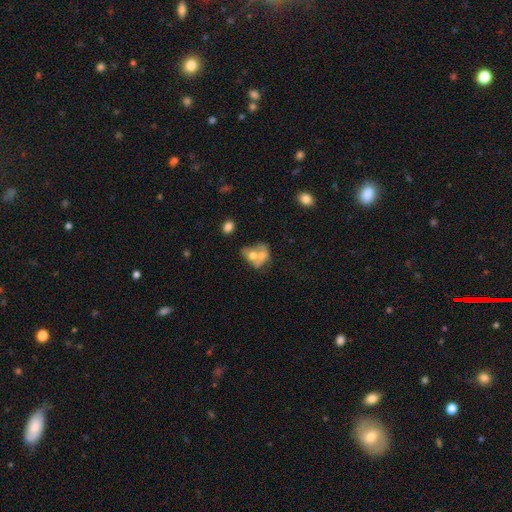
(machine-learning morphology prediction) This appears to be a smooth galaxy with no disk features (52%) that is in between round and cigar-shaped (57%). Merging: merger (64%).